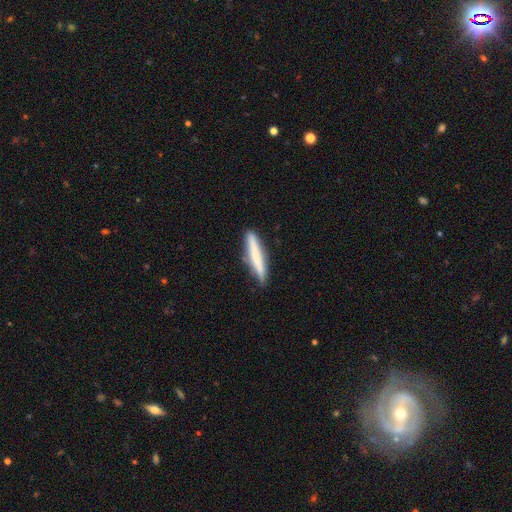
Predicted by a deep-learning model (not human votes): Smooth or featured: smooth — 68% (featured or disk — 26%)
How rounded: cigar-shaped — 94% (in between — 5%)
Merging: none — 86% (minor disturbance — 10%)